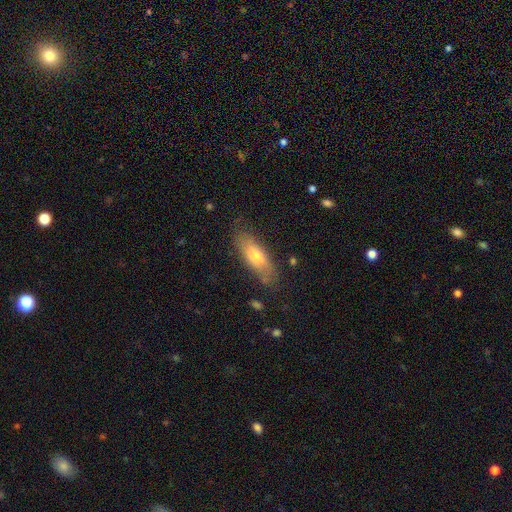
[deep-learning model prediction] Smooth or featured?
  - smooth: 64% *
  - featured or disk: 29%
  - star or artifact: 7%
How rounded?
  - in between: 62% *
  - cigar-shaped: 36%
  - round: 2%
Merging?
  - none: 76% *
  - minor disturbance: 18%
  - major disturbance: 4%
  - merger: 2%